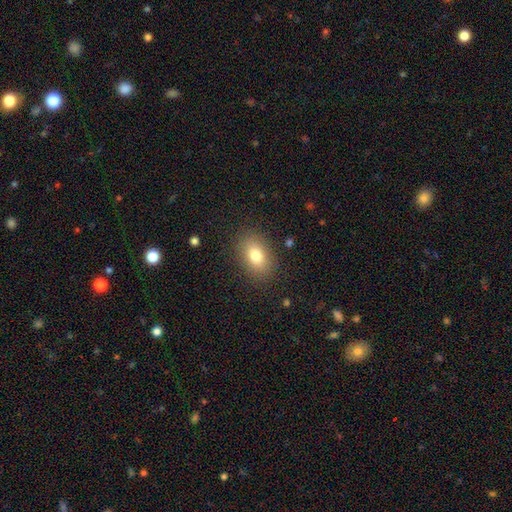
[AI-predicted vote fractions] Overall: smooth (79%). How rounded: in between (81%). Merging: none (85%).